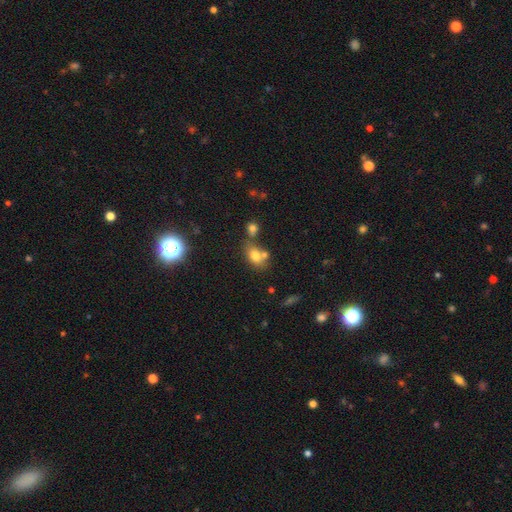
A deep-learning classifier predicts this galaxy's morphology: This is likely a smooth galaxy (74%). How rounded: likely in between (72%). Merging: marginally none (45%).